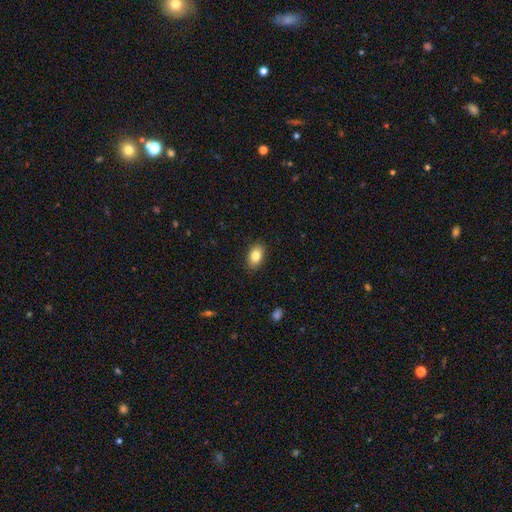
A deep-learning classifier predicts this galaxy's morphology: This is clearly a smooth galaxy (84%). How rounded: clearly in between (90%). Merging: clearly none (88%).